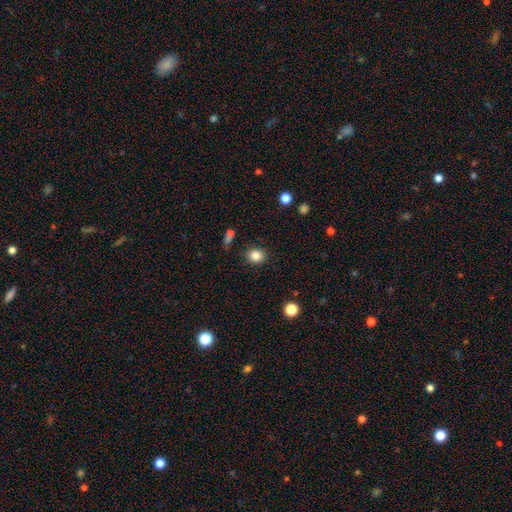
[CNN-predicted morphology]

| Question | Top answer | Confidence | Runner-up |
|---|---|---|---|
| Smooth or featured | smooth | 84% | star or artifact (10%) |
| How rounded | round | 74% | in between (25%) |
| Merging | none | 86% | minor disturbance (9%) |